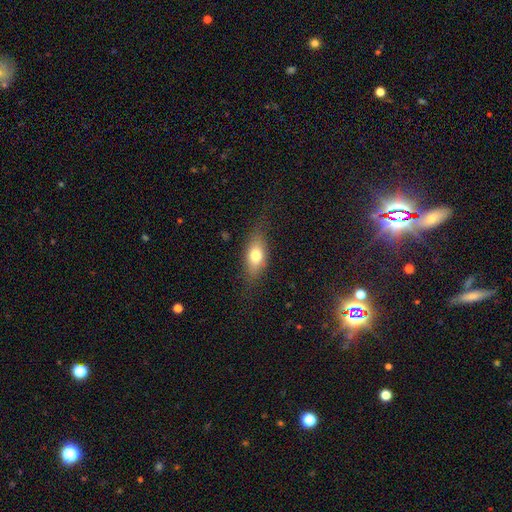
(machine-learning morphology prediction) A smooth galaxy with no disk features (72%) that is in between round and cigar-shaped (79%). Merging: none (77%).